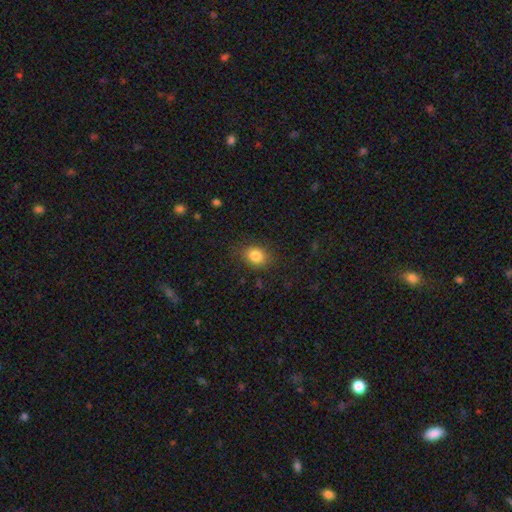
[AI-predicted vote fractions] Morphology: type=smooth (83%); roundness=in between (56%); merging=none (83%).